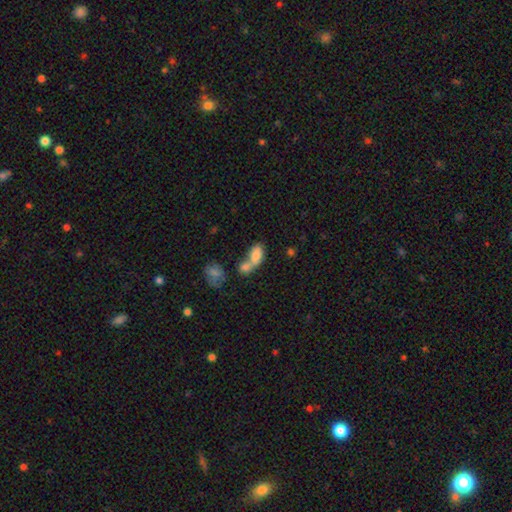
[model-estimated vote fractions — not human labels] Q: Smooth or featured?
A: smooth (79%); runner-up: featured or disk (12%)
Q: How rounded?
A: in between (88%); runner-up: round (7%)
Q: Merging?
A: merger (63%); runner-up: none (23%)